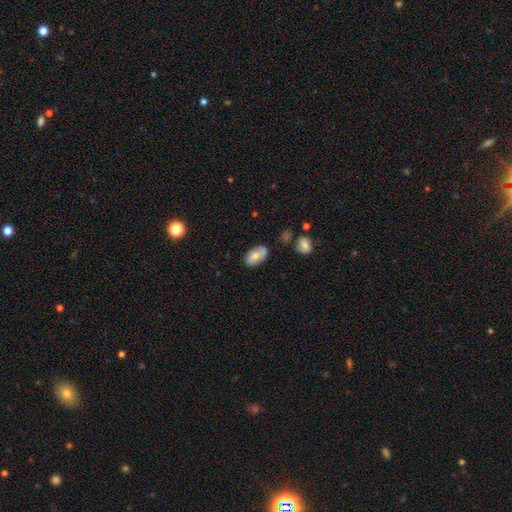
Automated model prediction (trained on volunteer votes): The model was most divided on "smooth or featured": smooth: 70%, featured or disk: 23%, star or artifact: 7%. More confident: how rounded — in between (94%); merging — none (72%).